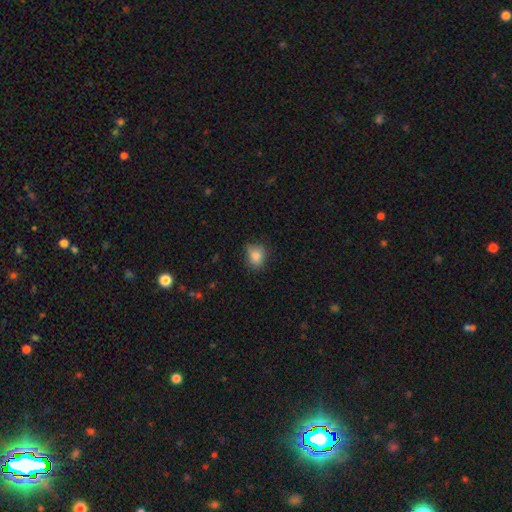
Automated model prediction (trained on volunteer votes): The model was most divided on "how rounded": round: 55%, in between: 44%, cigar-shaped: 1%. More confident: smooth or featured — smooth (83%); merging — none (64%).